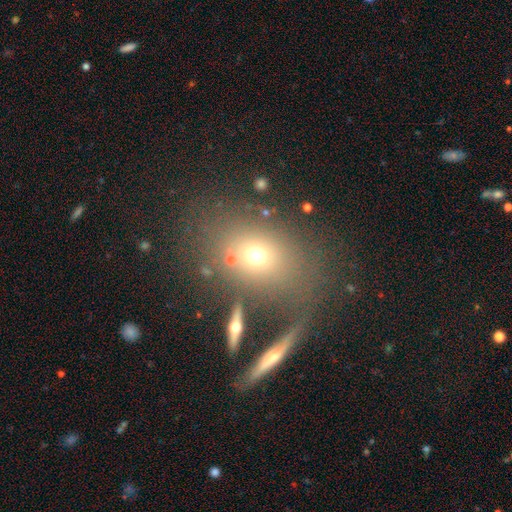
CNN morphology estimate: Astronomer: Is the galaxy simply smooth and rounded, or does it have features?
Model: smooth — 66%.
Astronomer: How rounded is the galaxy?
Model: in between — 56% (runner-up: round, 41%).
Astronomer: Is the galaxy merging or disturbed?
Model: none — 65%.